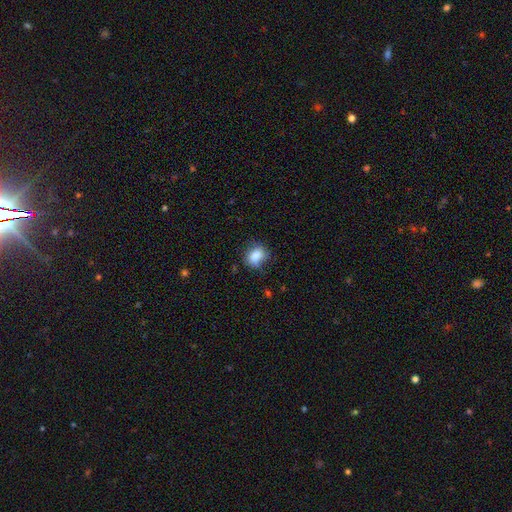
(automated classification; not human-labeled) A smooth galaxy with no disk features (83%) that is in between round and cigar-shaped (54%).

Vote fractions:
- Smooth or featured? smooth: 83% / star or artifact: 9% / featured or disk: 8%
- How rounded? in between: 54% / round: 45% / cigar-shaped: 1%
- Merging? none: 70% / minor disturbance: 22% / major disturbance: 6% / merger: 2%